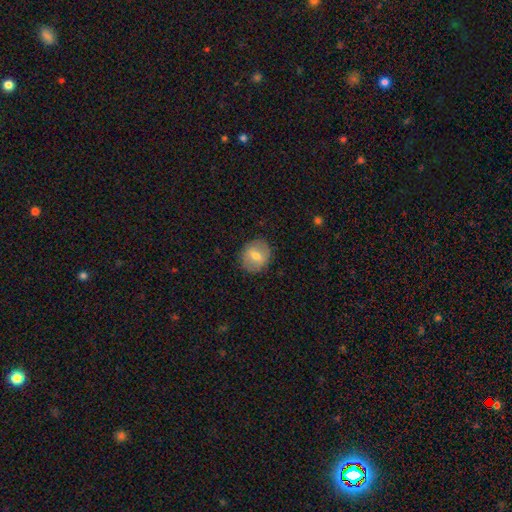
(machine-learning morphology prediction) Smooth or featured: smooth — 61% (featured or disk — 31%)
How rounded: round — 79% (in between — 20%)
Merging: none — 86% (minor disturbance — 10%)